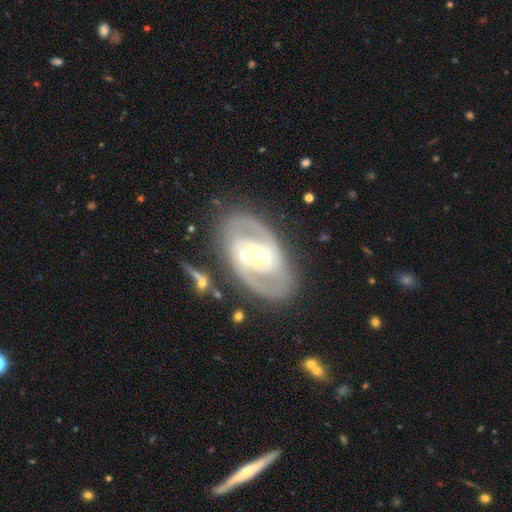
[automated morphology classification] Smooth or featured: featured or disk — 88% (smooth — 7%)
Edge-on disk: no — 96% (yes — 4%)
Bar: strong — 48% (weak — 40%)
Spiral arms: yes — 93% (no — 7%)
Spiral winding: medium — 47% (tight — 43%)
Spiral arm count: 2 — 85% (can't tell — 6%)
Bulge size: moderate — 64% (small — 25%)
Merging: none — 77% (minor disturbance — 14%)